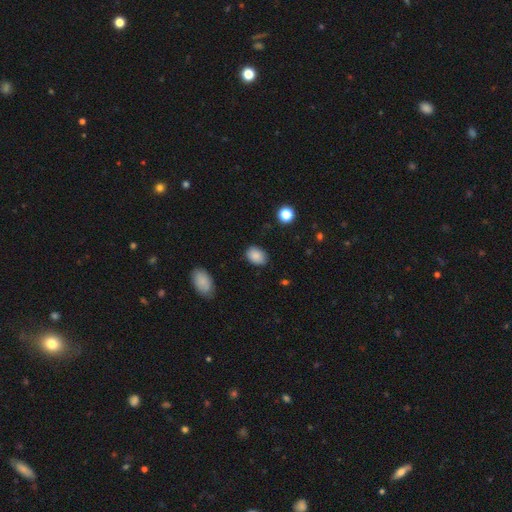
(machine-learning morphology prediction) This appears to be a smooth galaxy with no disk features (87%) that is in between round and cigar-shaped (75%). Merging: none (82%).